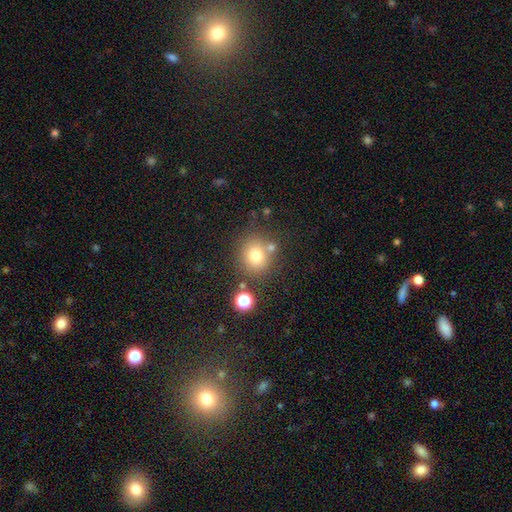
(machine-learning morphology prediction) The model was most divided on "merging": none: 71%, merger: 13%, minor disturbance: 11%, major disturbance: 5%. More confident: how rounded — round (85%); smooth or featured — smooth (75%).